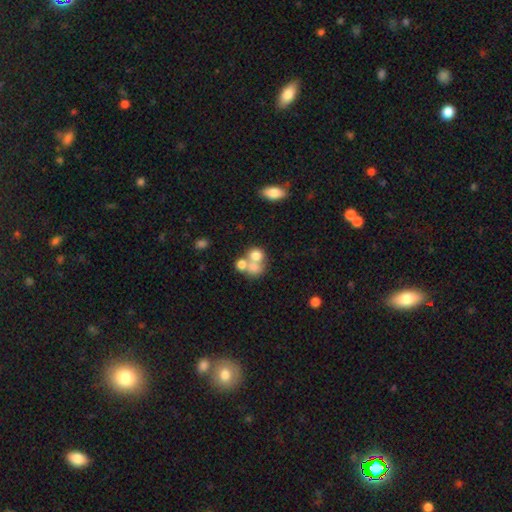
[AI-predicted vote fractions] Smooth or featured? Predicted: smooth (p=0.65). How rounded? Predicted: round (p=0.68). Merging? Predicted: merger (p=0.59).